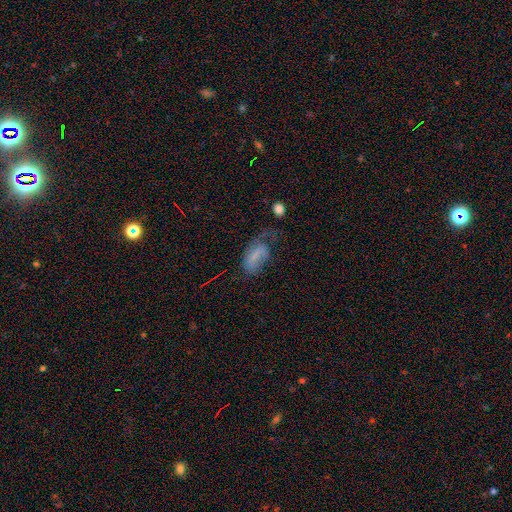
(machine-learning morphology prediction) smooth-or-featured: smooth: 51% | featured or disk: 38% | star or artifact: 11%
  how-rounded: in between: 90% | round: 5% | cigar-shaped: 5%
  merging: major disturbance: 43% | none: 28% | minor disturbance: 26% | merger: 4%